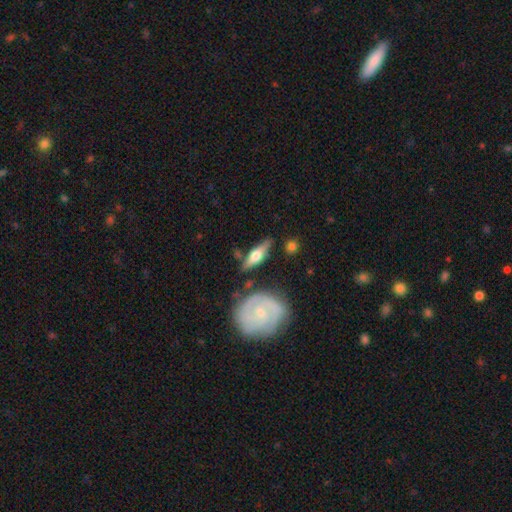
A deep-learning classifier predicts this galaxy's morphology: Overall: featured or disk (61%; smooth 33%). Edge-on disk: yes (87%). Edge-on bulge: rounded (91%). Merging: none (75%).